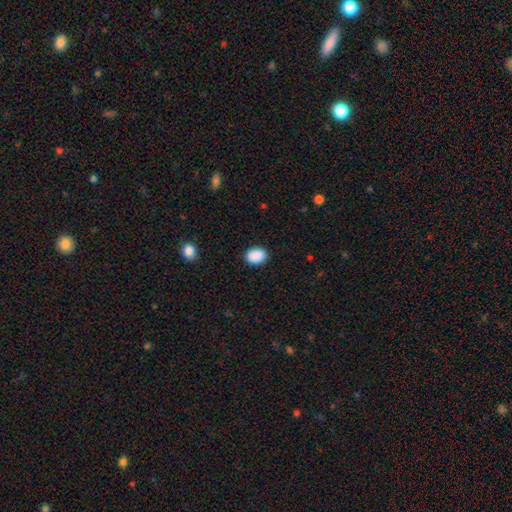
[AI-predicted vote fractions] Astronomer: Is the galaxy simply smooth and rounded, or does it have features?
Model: smooth — 90%.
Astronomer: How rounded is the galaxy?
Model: in between — 74%.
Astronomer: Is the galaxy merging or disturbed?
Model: none — 87%.